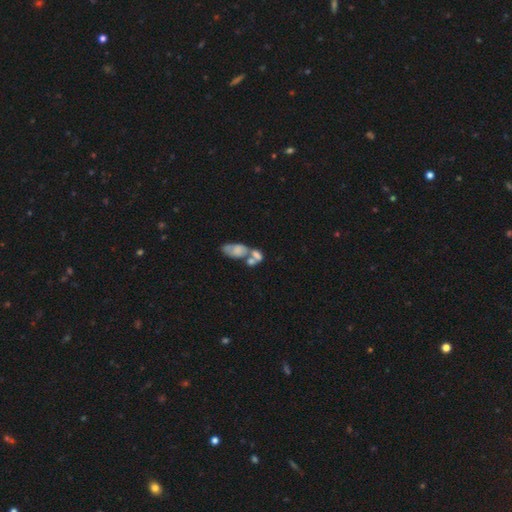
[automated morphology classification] smooth_or_featured: smooth (p=0.55) [alt: featured or disk p=0.35]
how_rounded: in between (p=0.85) [alt: round p=0.10]
merging: merger (p=0.66) [alt: none p=0.17]